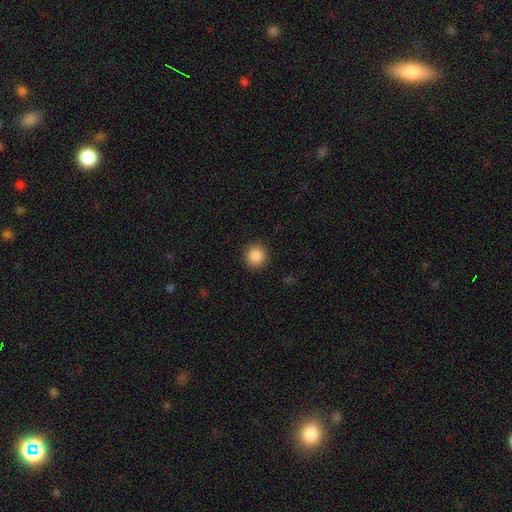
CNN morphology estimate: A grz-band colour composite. It shows a smooth galaxy with no disk features (88%) that is round (93%). Merging: none (92%).